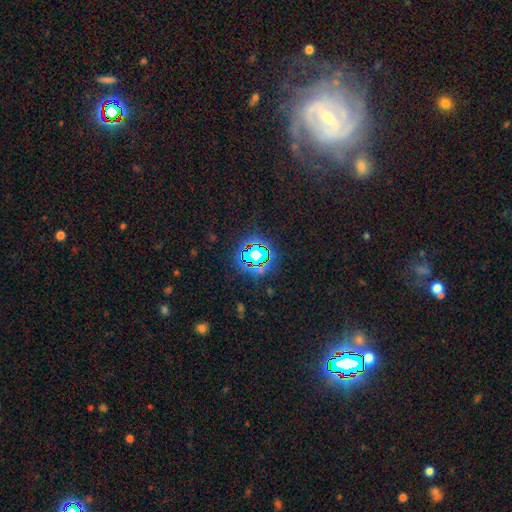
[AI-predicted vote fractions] smooth-or-featured: star or artifact: 73% | smooth: 16% | featured or disk: 11%